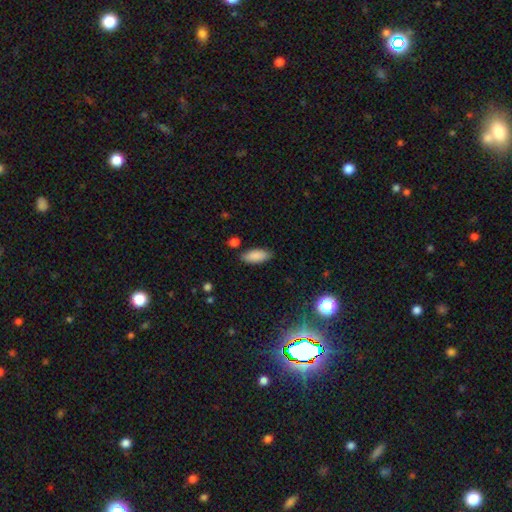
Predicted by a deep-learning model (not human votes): Smooth or featured?
  - smooth: 88% *
  - star or artifact: 7%
  - featured or disk: 5%
How rounded?
  - in between: 81% *
  - cigar-shaped: 17%
  - round: 2%
Merging?
  - none: 84% *
  - minor disturbance: 11%
  - merger: 3%
  - major disturbance: 2%